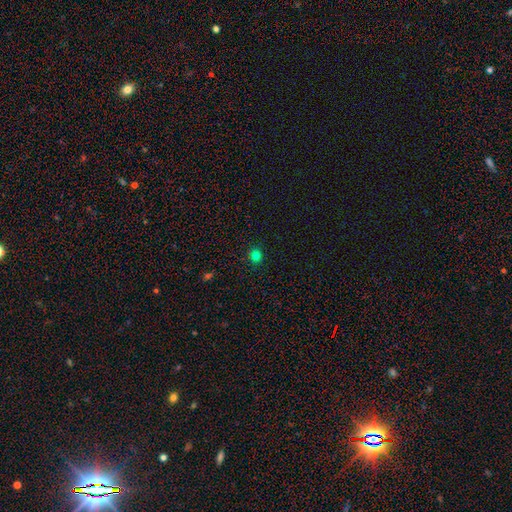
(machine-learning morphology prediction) Overall: smooth (79%). How rounded: round (81%). Merging: none (89%).